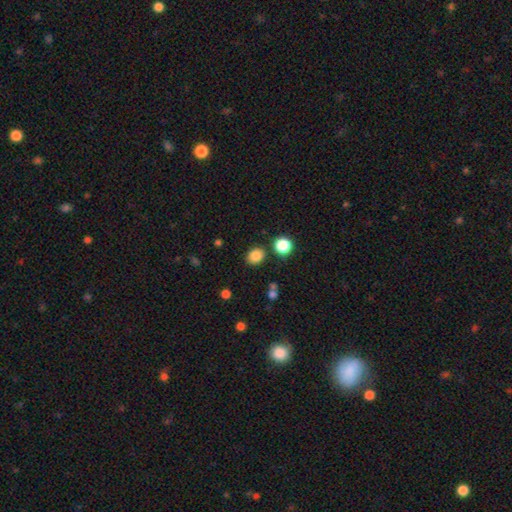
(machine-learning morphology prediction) smooth 85%, star or artifact 11%, featured or disk 4%. Down the decision tree: how rounded — round (54%); merging — none (84%).